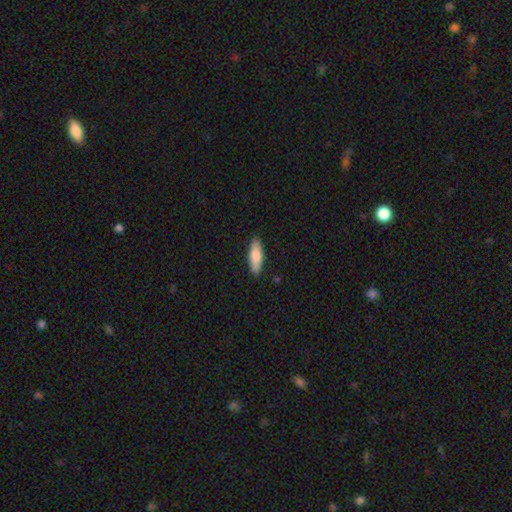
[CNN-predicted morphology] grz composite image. It shows a smooth galaxy with no disk features (80%) that is in between round and cigar-shaped (49%, tied with cigar-shaped). Merging: none (89%).